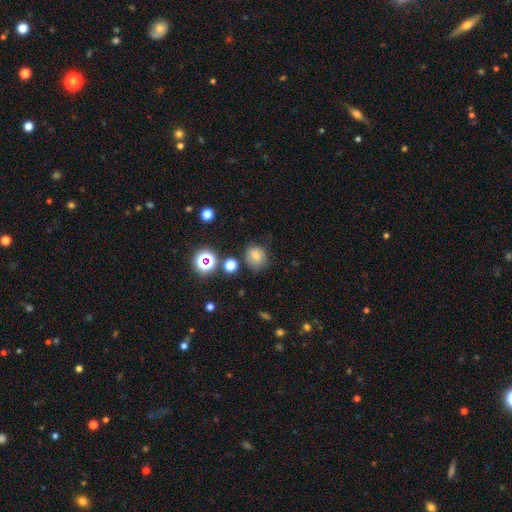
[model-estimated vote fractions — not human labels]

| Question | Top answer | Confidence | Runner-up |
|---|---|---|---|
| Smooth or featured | smooth | 65% | star or artifact (19%) |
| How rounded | round | 78% | in between (21%) |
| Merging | none | 71% | minor disturbance (18%) |